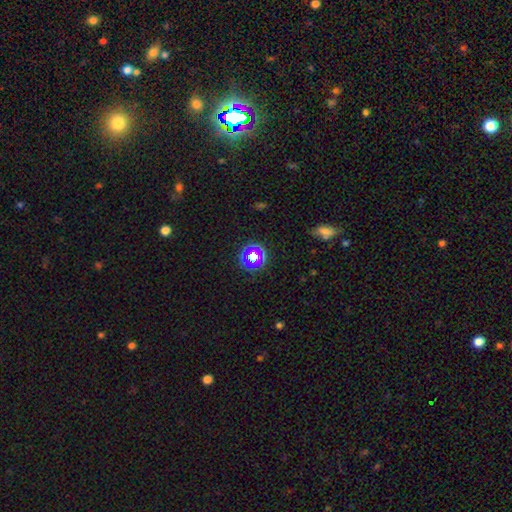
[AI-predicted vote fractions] A star or artifact, not a galaxy (53%).